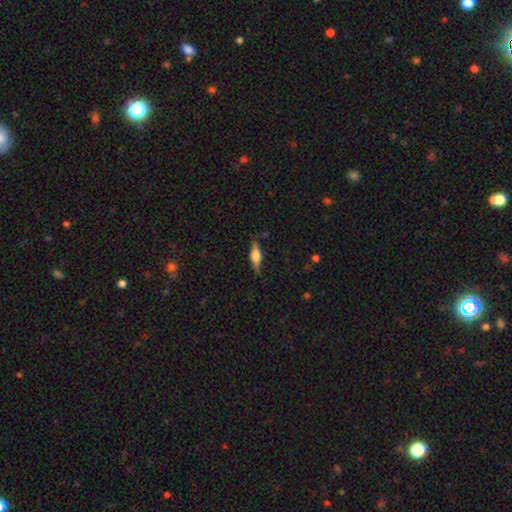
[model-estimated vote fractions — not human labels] Overall: featured or disk (58%; smooth 35%). Edge-on disk: yes (96%). Edge-on bulge: rounded (89%). Merging: none (84%).